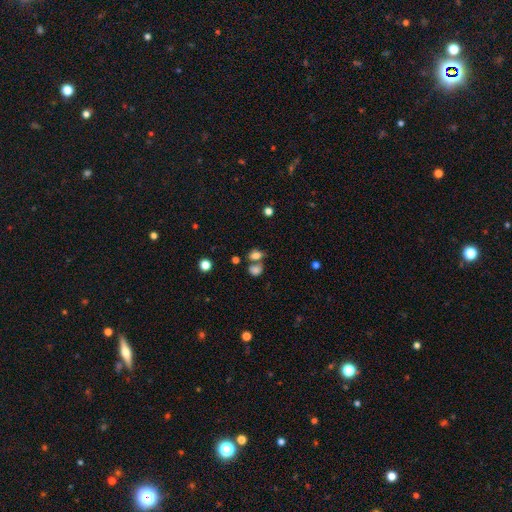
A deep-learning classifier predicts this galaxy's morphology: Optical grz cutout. It shows a smooth galaxy with no disk features (75%) that is in between round and cigar-shaped (74%). Merging: merger (42%).